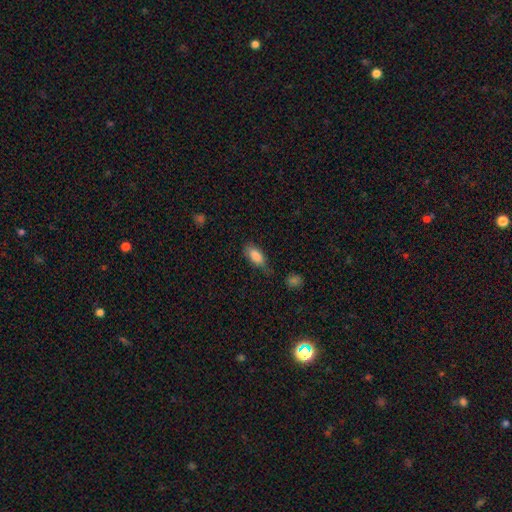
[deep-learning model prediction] Smooth or featured?
  - smooth: 85% *
  - star or artifact: 7%
  - featured or disk: 7%
How rounded?
  - in between: 86% *
  - cigar-shaped: 11%
  - round: 3%
Merging?
  - none: 61% *
  - minor disturbance: 27%
  - major disturbance: 8%
  - merger: 4%